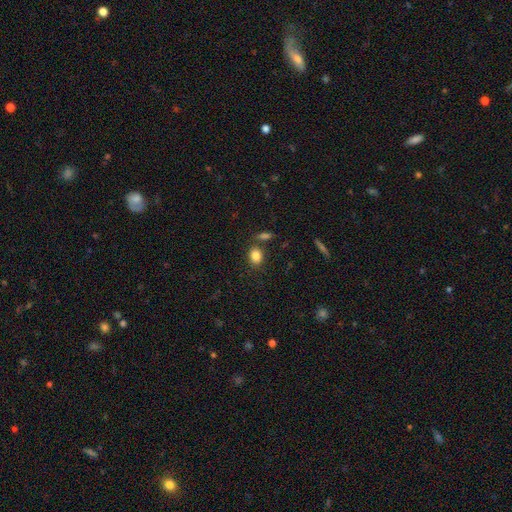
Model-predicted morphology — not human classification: A smooth galaxy with no disk features (85%) that is in between round and cigar-shaped (66%). Merging: none (72%).